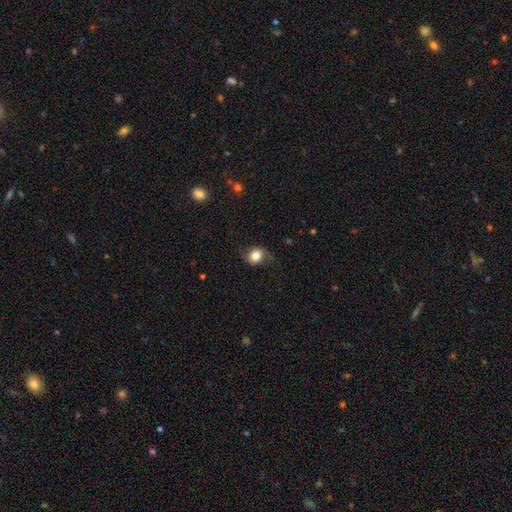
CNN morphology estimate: Smooth or featured? smooth (69%)
How rounded? round (66%)
Merging? none (66%)